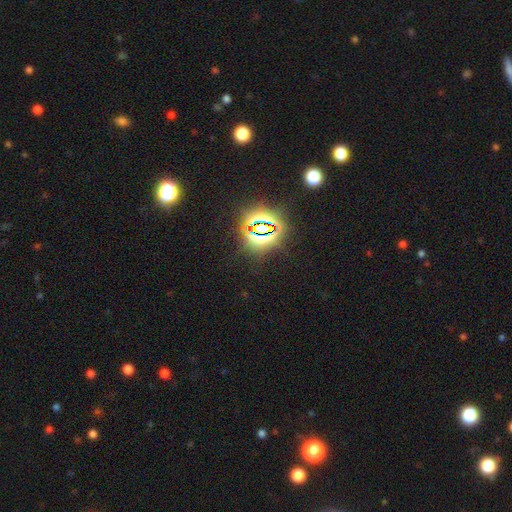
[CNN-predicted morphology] Smooth or featured? Predicted: star or artifact (p=0.81).